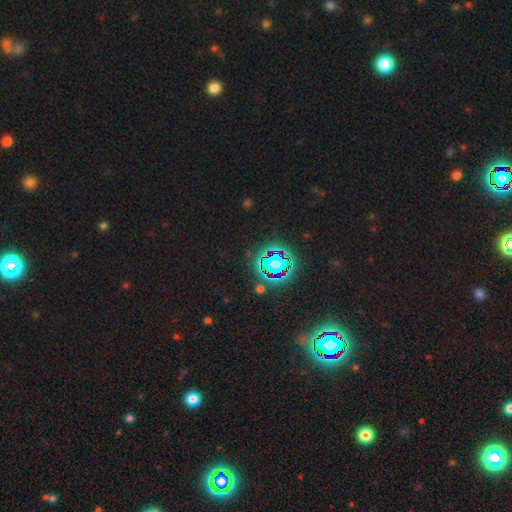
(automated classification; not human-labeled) A star or artifact, not a galaxy (80%).

Vote fractions:
- Smooth or featured? star or artifact: 80% / smooth: 13% / featured or disk: 7%